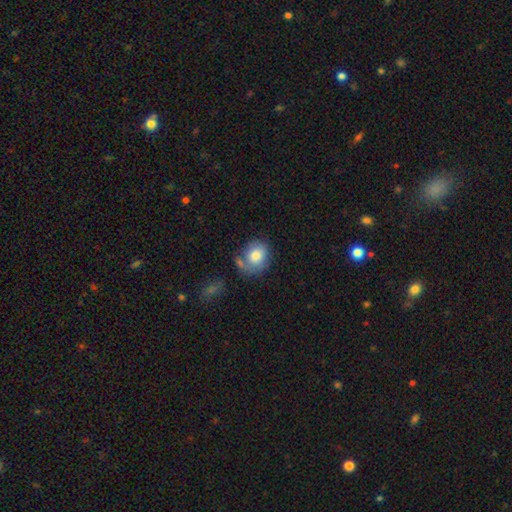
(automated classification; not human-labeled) smooth_or_featured: smooth (p=0.77) [alt: featured or disk p=0.15]
how_rounded: round (p=0.64) [alt: in between p=0.35]
merging: none (p=0.51) [alt: minor disturbance p=0.22]